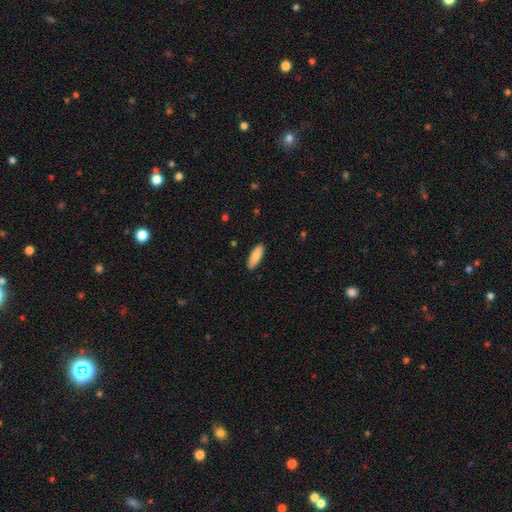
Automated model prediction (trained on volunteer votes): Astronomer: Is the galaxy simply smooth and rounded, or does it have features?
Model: smooth — 88%.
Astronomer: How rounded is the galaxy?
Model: in between — 64%.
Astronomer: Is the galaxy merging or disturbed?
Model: none — 89%.